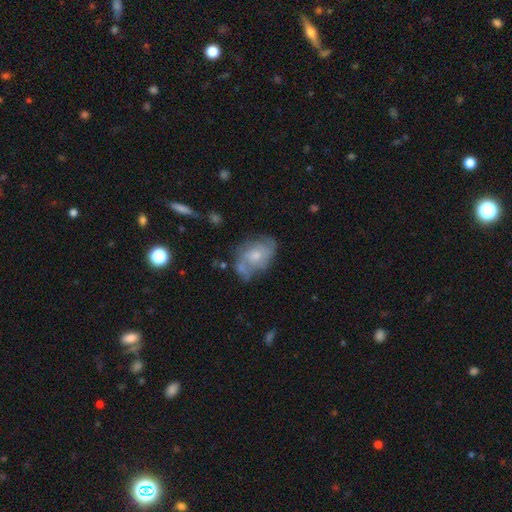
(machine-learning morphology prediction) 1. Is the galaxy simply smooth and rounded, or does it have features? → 55% featured or disk, 38% smooth, 8% star or artifact.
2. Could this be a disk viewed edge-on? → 96% no, 4% yes.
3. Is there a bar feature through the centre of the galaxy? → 78% no, 19% weak, 3% strong.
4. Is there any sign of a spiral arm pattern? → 63% yes, 37% no.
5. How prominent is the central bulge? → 47% moderate, 44% small, 4% none, 4% large, 1% dominant.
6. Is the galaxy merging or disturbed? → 45% none, 27% minor disturbance, 16% major disturbance, 12% merger.